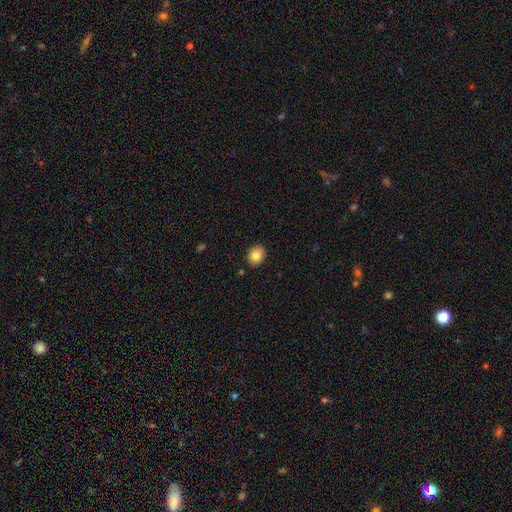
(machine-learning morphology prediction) type=smooth (82%); roundness=round (62%); merging=none (86%).